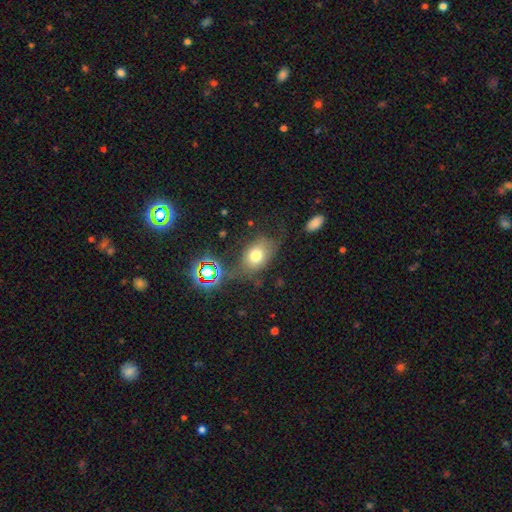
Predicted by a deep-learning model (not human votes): smooth 68%, featured or disk 17%, star or artifact 15%. Down the decision tree: how rounded — in between (66%); merging — none (52%).